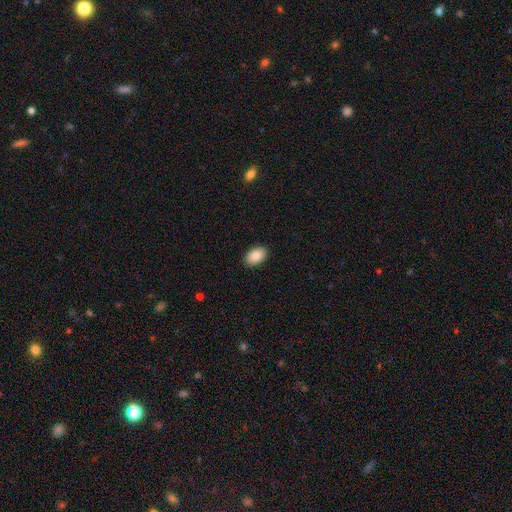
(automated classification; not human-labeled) Smooth or featured: smooth — 86% (star or artifact — 7%)
How rounded: in between — 91% (round — 7%)
Merging: none — 90% (minor disturbance — 7%)